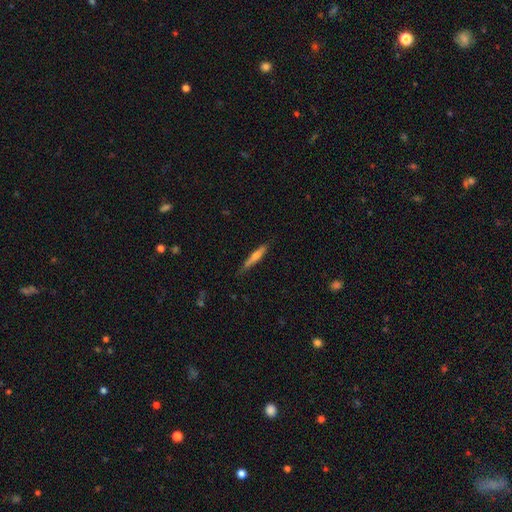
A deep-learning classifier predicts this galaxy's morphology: This appears to be a smooth galaxy with no disk features (50%) that is cigar-shaped (93%). Merging: none (80%).